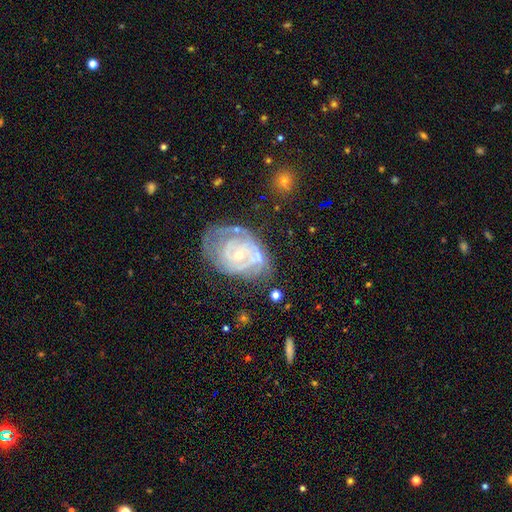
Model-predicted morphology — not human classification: Smooth or featured: featured or disk — 78% (smooth — 14%)
Edge-on disk: no — 97% (yes — 3%)
Bar: no — 78% (weak — 17%)
Spiral arms: yes — 78% (no — 22%)
Spiral winding: tight — 65% (medium — 25%)
Spiral arm count: can't tell — 43% (2 — 26%)
Bulge size: small — 52% (moderate — 44%)
Merging: none — 46% (minor disturbance — 26%)